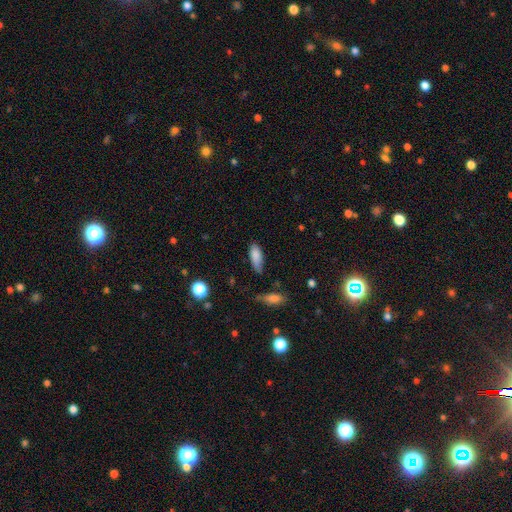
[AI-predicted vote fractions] smooth 84%, star or artifact 8%, featured or disk 8%. Down the decision tree: how rounded — in between (72%); merging — none (62%).